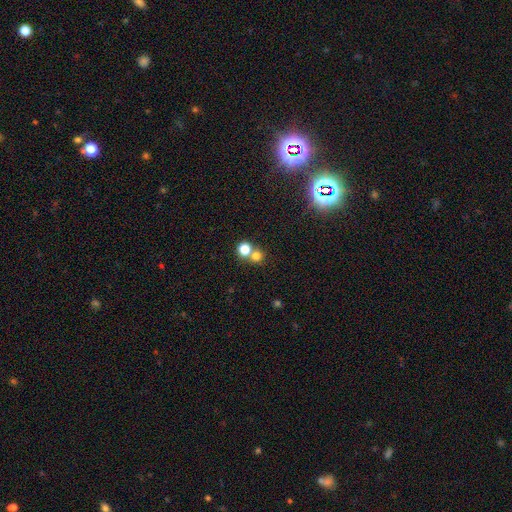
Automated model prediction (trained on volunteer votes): Morphology: type=smooth (74%); roundness=round (89%); merging=none (53%).